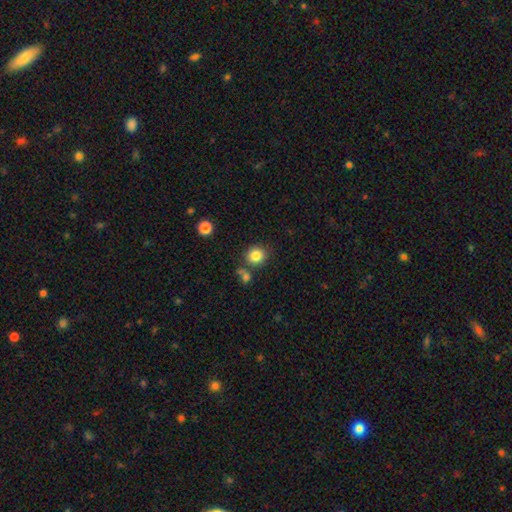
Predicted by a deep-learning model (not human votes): smooth 84%, star or artifact 11%, featured or disk 6%. Down the decision tree: how rounded — round (86%); merging — none (77%).